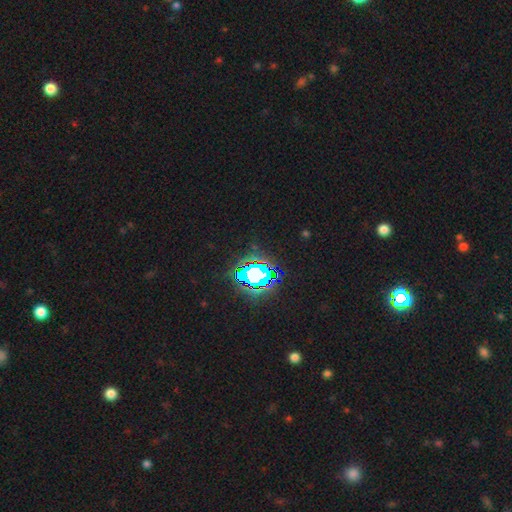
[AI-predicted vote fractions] This is clearly a star or artifact rather than a galaxy (80%).